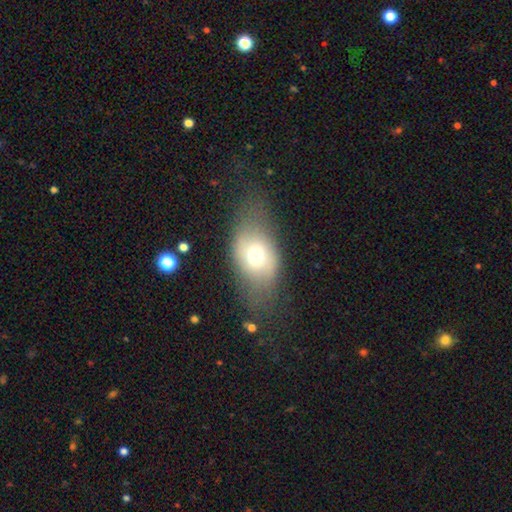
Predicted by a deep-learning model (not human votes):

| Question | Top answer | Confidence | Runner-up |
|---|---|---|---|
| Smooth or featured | smooth | 61% | featured or disk (29%) |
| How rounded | in between | 79% | round (17%) |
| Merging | none | 56% | minor disturbance (25%) |